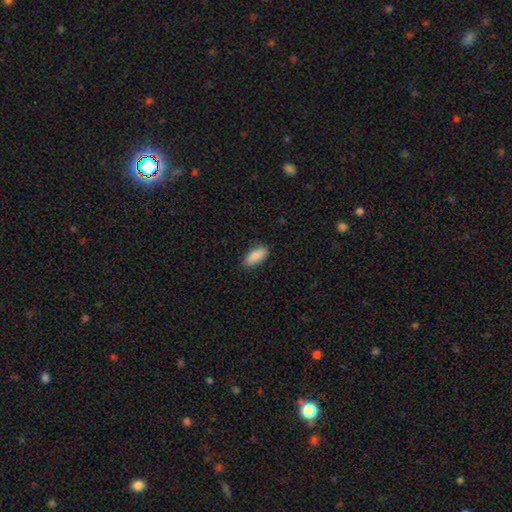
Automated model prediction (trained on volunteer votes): Overall: smooth (89%). How rounded: in between (87%). Merging: none (86%).